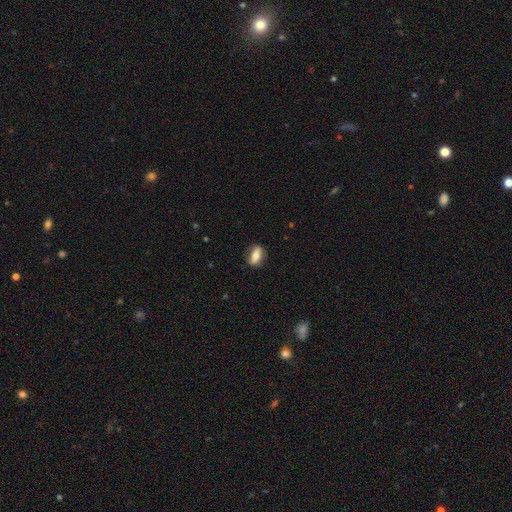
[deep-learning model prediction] The model was most divided on "smooth or featured": smooth: 68%, featured or disk: 25%, star or artifact: 8%. More confident: merging — none (80%); how rounded — in between (80%).